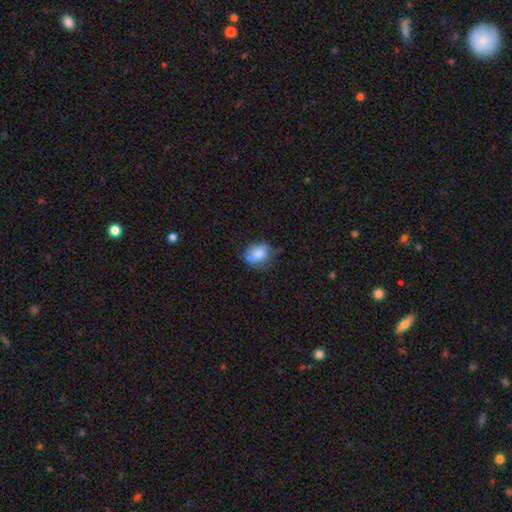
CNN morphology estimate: Smooth or featured? smooth (76%)
How rounded? in between (53%)
Merging? none (56%)